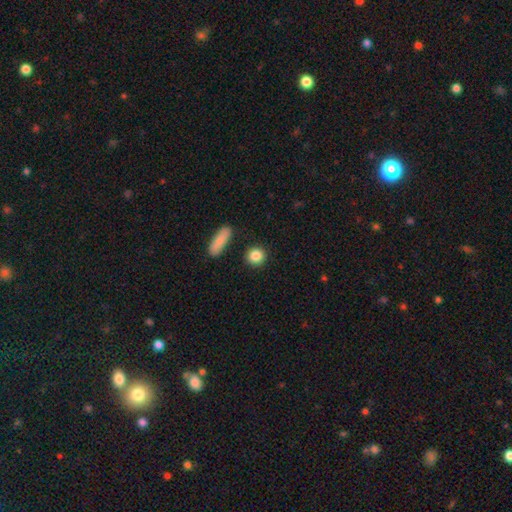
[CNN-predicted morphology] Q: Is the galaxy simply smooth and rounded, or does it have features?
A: smooth — 87%.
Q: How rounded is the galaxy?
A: round — 85%.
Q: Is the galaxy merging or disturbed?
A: none — 88%.